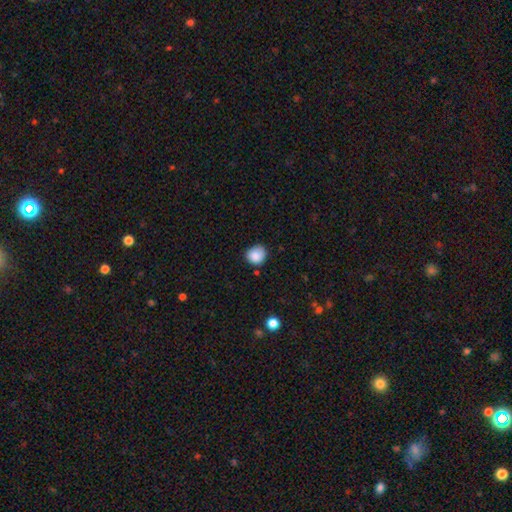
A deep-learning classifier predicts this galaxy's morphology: A smooth galaxy with no disk features (86%) that is round (81%).

Vote fractions:
- Smooth or featured? smooth: 86% / star or artifact: 9% / featured or disk: 5%
- How rounded? round: 81% / in between: 18% / cigar-shaped: 1%
- Merging? none: 75% / minor disturbance: 19% / major disturbance: 3% / merger: 3%